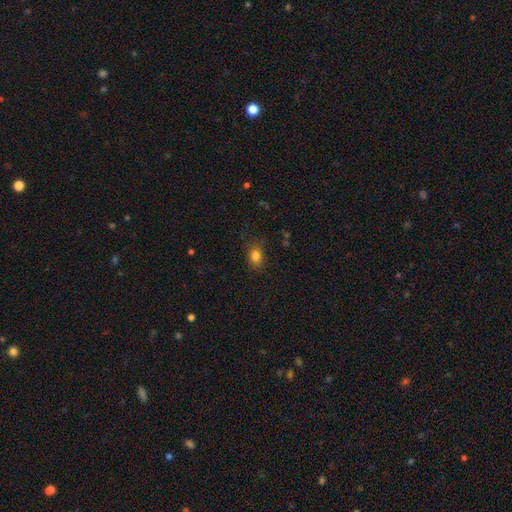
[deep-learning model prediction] Smooth or featured? smooth (82%)
How rounded? in between (60%)
Merging? none (82%)